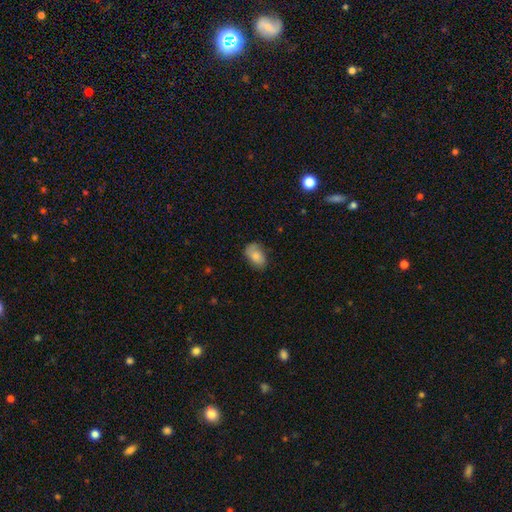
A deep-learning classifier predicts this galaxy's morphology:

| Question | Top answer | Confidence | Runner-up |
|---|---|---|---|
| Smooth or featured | smooth | 81% | featured or disk (12%) |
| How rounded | in between | 90% | round (9%) |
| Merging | none | 71% | minor disturbance (23%) |